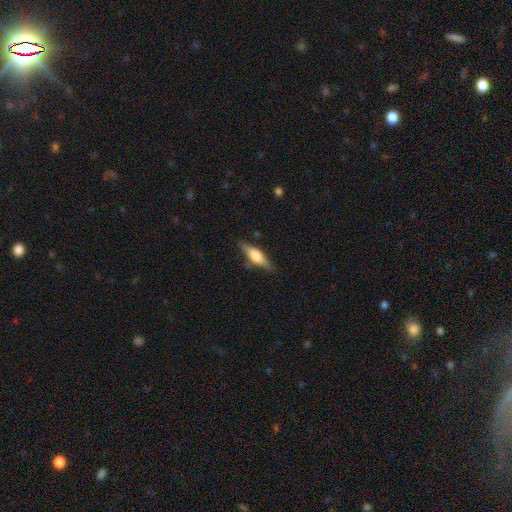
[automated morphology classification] A smooth galaxy with no disk features (51%) that is cigar-shaped (51%).

Vote fractions:
- Smooth or featured? smooth: 51% / featured or disk: 42% / star or artifact: 7%
- How rounded? cigar-shaped: 51% / in between: 46% / round: 3%
- Merging? none: 79% / minor disturbance: 16% / major disturbance: 4% / merger: 2%